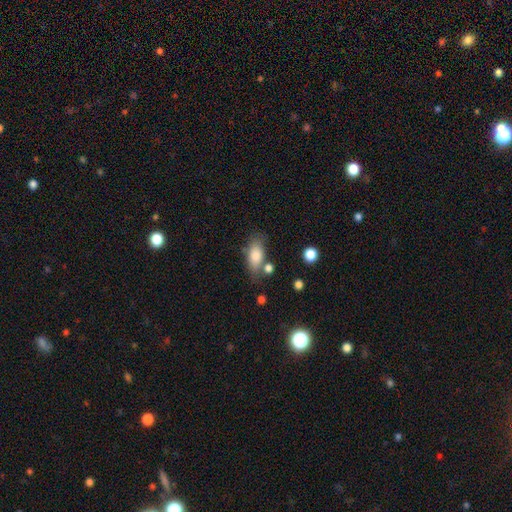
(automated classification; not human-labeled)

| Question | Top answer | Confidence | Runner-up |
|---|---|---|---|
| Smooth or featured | smooth | 82% | featured or disk (10%) |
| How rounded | in between | 86% | cigar-shaped (9%) |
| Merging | none | 65% | minor disturbance (18%) |